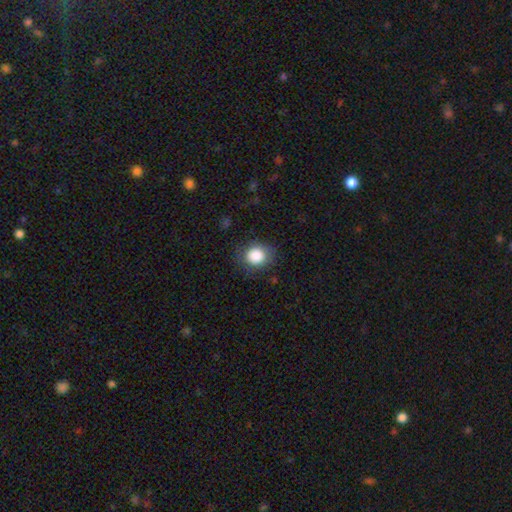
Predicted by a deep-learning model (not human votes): Smooth or featured: smooth — 86% (star or artifact — 9%)
How rounded: round — 75% (in between — 24%)
Merging: none — 80% (minor disturbance — 14%)